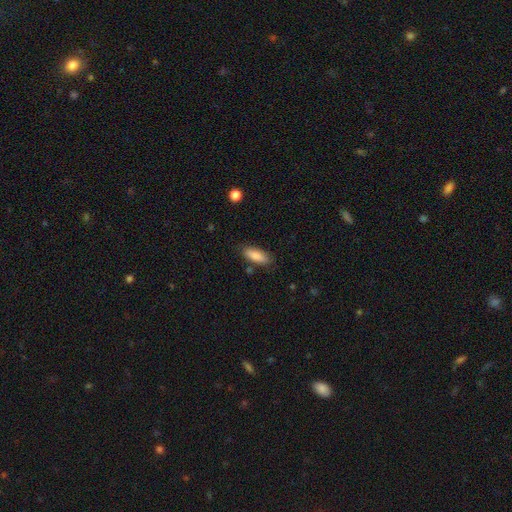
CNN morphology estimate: Smooth or featured? Predicted: smooth (p=0.86). How rounded? Predicted: in between (p=0.72). Merging? Predicted: none (p=0.83).